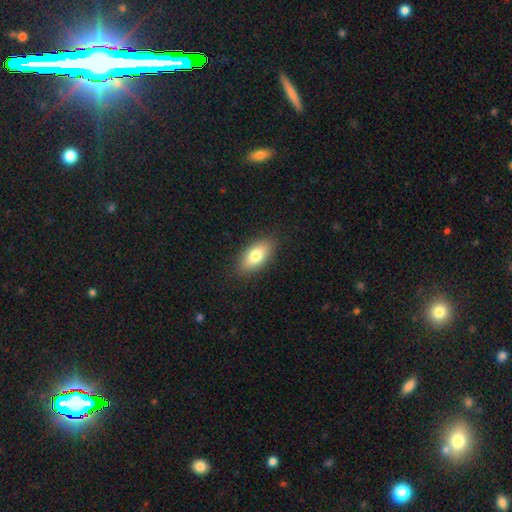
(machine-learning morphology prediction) smooth_or_featured: smooth (p=0.76) [alt: featured or disk p=0.17]
how_rounded: in between (p=0.84) [alt: cigar-shaped p=0.12]
merging: none (p=0.87) [alt: minor disturbance p=0.09]